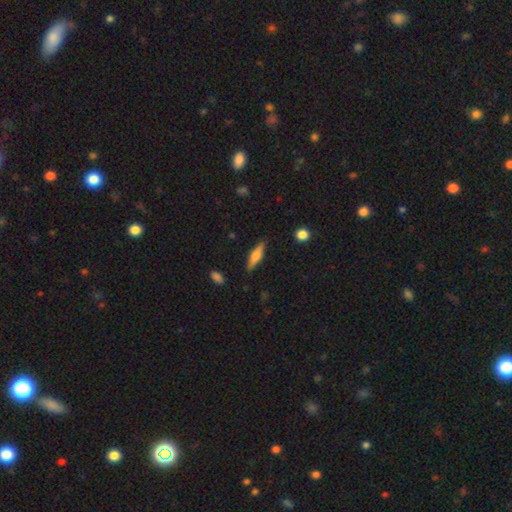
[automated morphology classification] smooth 49%, featured or disk 44%, star or artifact 6%. Down the decision tree: merging — none (87%).